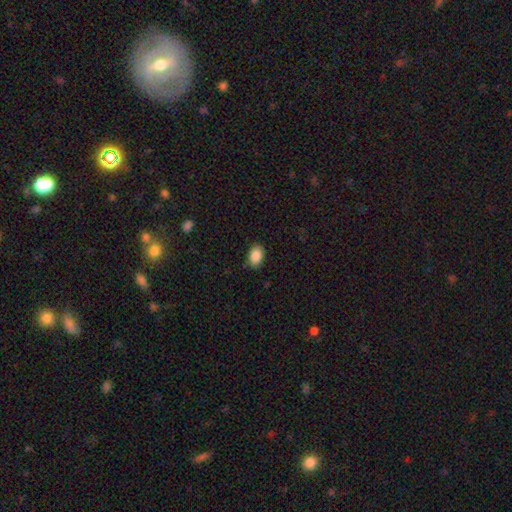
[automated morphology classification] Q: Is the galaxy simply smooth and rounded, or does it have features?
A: smooth — 87%.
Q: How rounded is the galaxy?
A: in between — 85%.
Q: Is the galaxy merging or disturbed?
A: none — 85%.